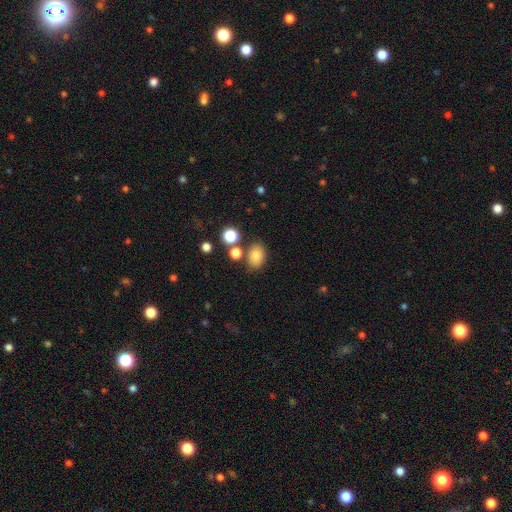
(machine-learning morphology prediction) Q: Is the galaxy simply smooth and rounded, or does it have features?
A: smooth — 81%.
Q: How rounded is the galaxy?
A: in between — 72%.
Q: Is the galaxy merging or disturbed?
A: none — 75%.